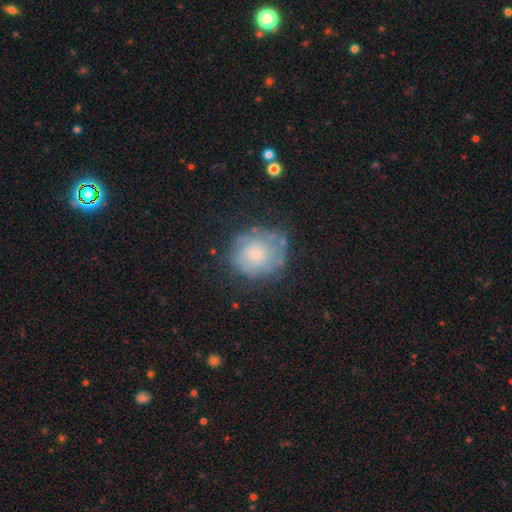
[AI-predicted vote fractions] smooth_or_featured: smooth (p=0.47) [alt: featured or disk p=0.44]
merging: none (p=0.64) [alt: minor disturbance p=0.22]